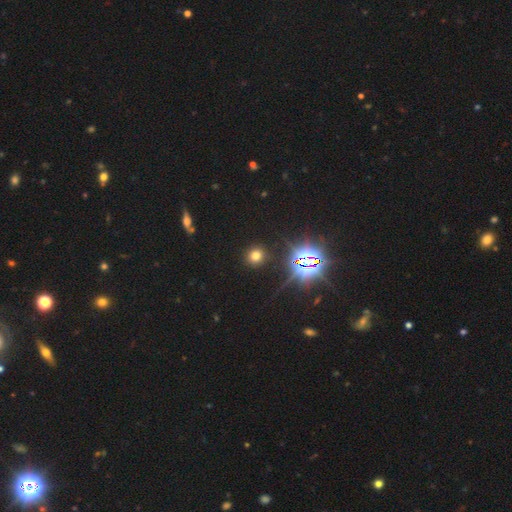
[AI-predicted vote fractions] Q: Smooth or featured?
A: smooth (63%); runner-up: star or artifact (29%)
Q: How rounded?
A: round (90%); runner-up: in between (9%)
Q: Merging?
A: none (90%); runner-up: minor disturbance (6%)